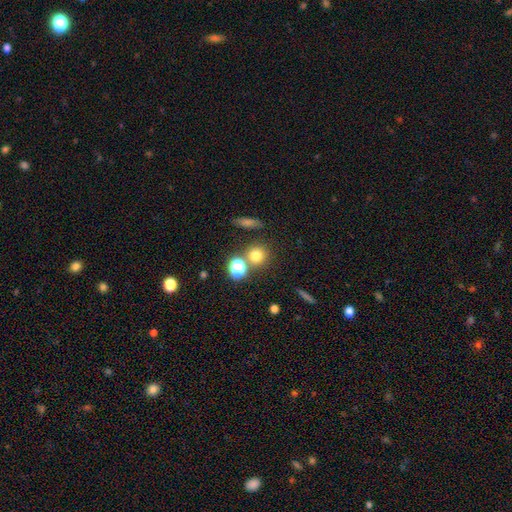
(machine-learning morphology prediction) Overall: smooth (73%). How rounded: round (89%). Merging: none (72%).